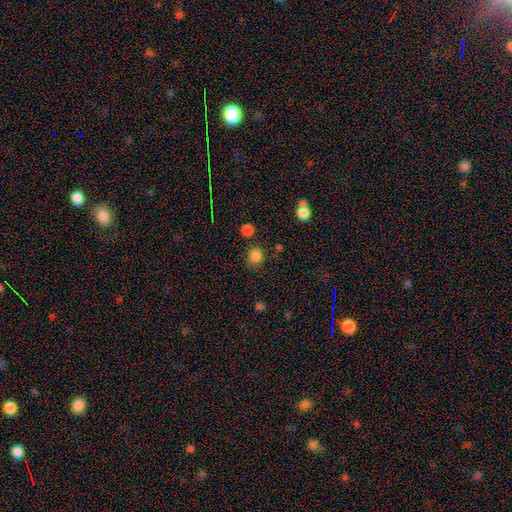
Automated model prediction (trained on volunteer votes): Q: Smooth or featured?
A: smooth (82%); runner-up: star or artifact (14%)
Q: How rounded?
A: round (85%); runner-up: in between (14%)
Q: Merging?
A: none (80%); runner-up: minor disturbance (11%)